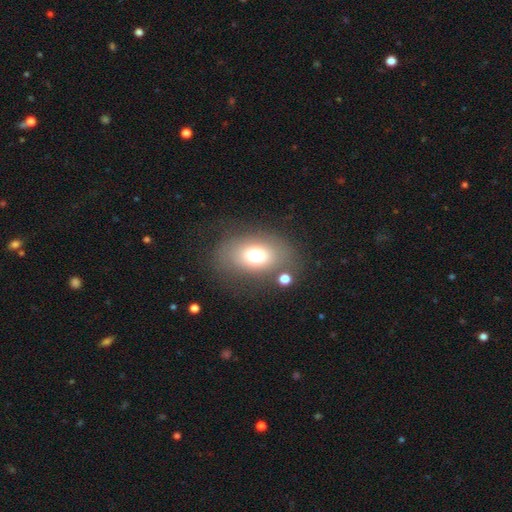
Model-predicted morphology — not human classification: This appears to be a smooth galaxy with no disk features (68%) that is in between round and cigar-shaped (73%). Merging: none (72%).